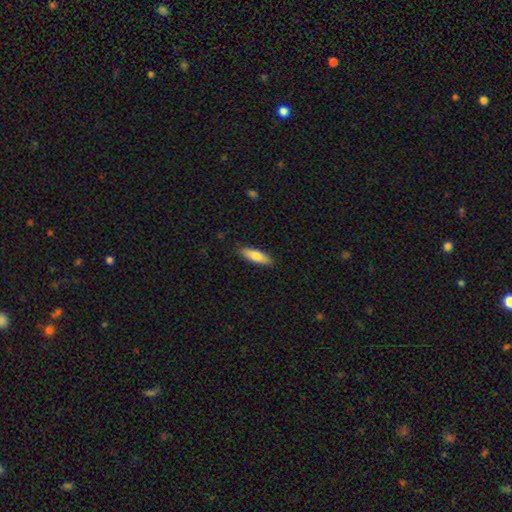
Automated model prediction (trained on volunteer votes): smooth-or-featured: smooth: 79% | featured or disk: 16% | star or artifact: 6%
  how-rounded: in between: 50% | cigar-shaped: 48% | round: 2%
  merging: none: 88% | minor disturbance: 9% | major disturbance: 2% | merger: 1%